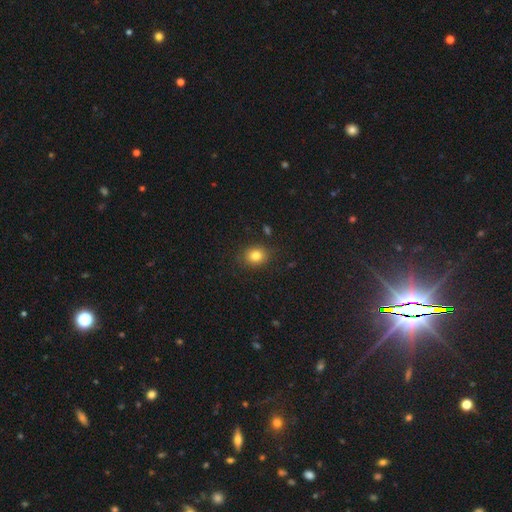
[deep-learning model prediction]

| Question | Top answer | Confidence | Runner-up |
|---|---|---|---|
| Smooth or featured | smooth | 81% | star or artifact (11%) |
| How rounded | round | 58% | in between (41%) |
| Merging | none | 85% | minor disturbance (11%) |